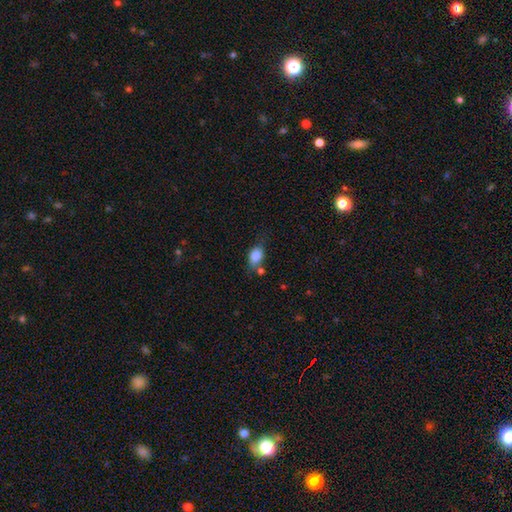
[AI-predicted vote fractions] A smooth galaxy with no disk features (82%) that is in between round and cigar-shaped (74%).

Vote fractions:
- Smooth or featured? smooth: 82% / featured or disk: 9% / star or artifact: 9%
- How rounded? in between: 74% / round: 23% / cigar-shaped: 3%
- Merging? none: 53% / minor disturbance: 27% / merger: 11% / major disturbance: 9%